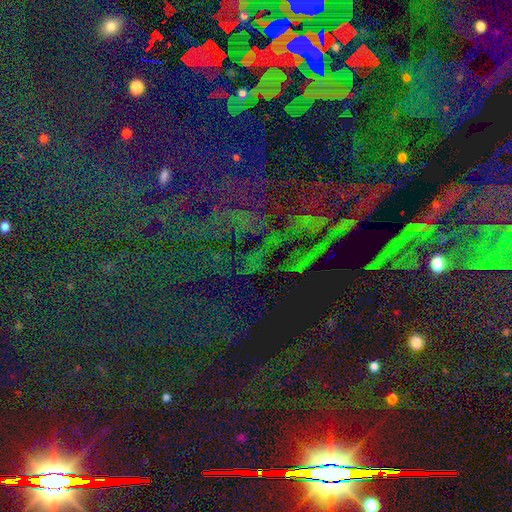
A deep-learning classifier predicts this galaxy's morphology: This is clearly a star or artifact rather than a galaxy (84%).